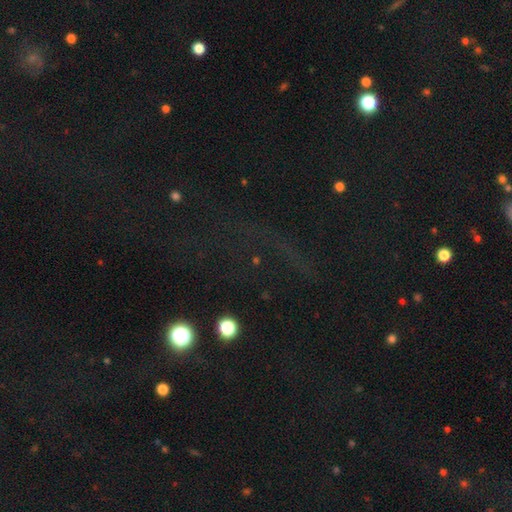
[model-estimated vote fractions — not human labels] smooth-or-featured: star or artifact: 66% | smooth: 22% | featured or disk: 13%